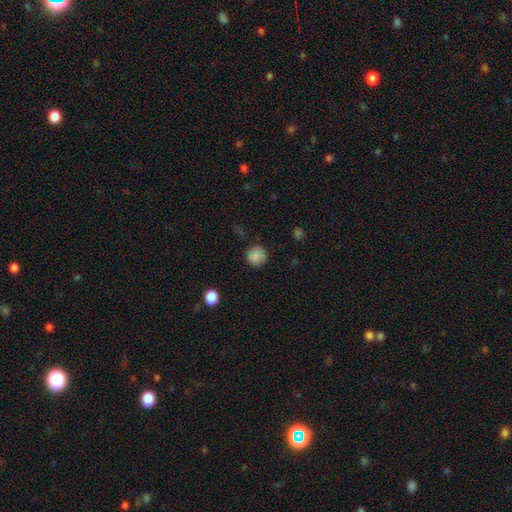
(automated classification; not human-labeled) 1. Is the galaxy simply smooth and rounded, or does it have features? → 76% smooth, 14% star or artifact, 11% featured or disk.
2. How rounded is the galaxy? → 91% round, 8% in between, 1% cigar-shaped.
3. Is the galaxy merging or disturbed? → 79% none, 15% minor disturbance, 4% major disturbance, 2% merger.